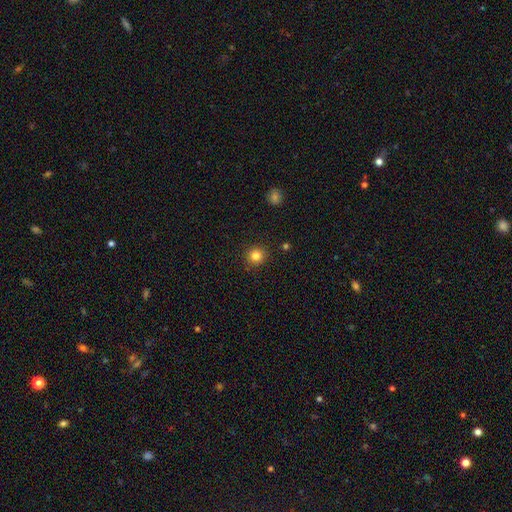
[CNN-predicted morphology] smooth_or_featured: smooth (p=0.83) [alt: star or artifact p=0.12]
how_rounded: round (p=0.91) [alt: in between p=0.08]
merging: none (p=0.90) [alt: minor disturbance p=0.06]